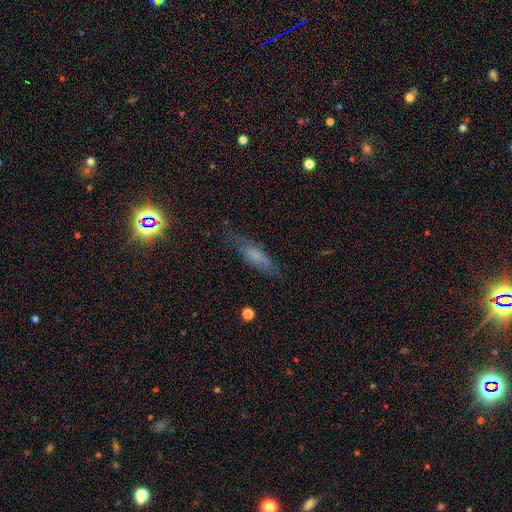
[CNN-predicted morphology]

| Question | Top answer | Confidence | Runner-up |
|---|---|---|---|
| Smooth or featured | smooth | 57% | featured or disk (31%) |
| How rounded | cigar-shaped | 57% | in between (41%) |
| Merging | none | 68% | minor disturbance (22%) |